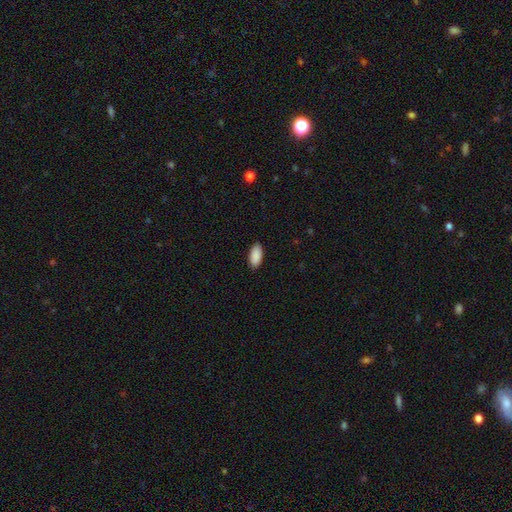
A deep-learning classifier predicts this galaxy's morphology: Smooth or featured: smooth — 91% (star or artifact — 6%)
How rounded: in between — 93% (cigar-shaped — 5%)
Merging: none — 89% (minor disturbance — 9%)